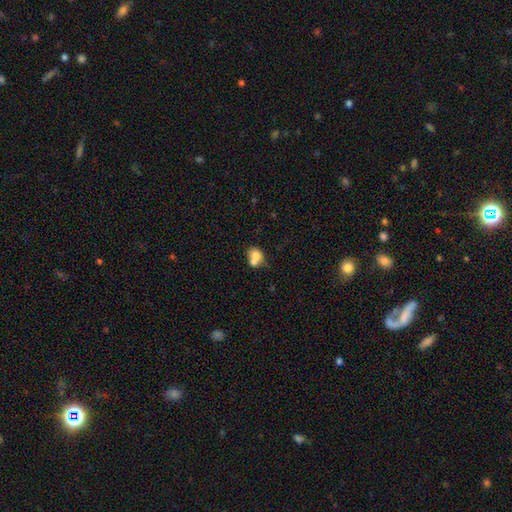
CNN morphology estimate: smooth_or_featured: smooth (p=0.74) [alt: featured or disk p=0.17]
how_rounded: round (p=0.60) [alt: in between p=0.39]
merging: merger (p=0.56) [alt: none p=0.31]